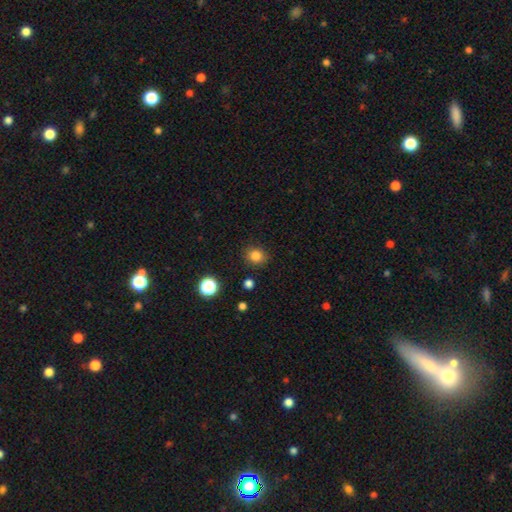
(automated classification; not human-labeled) smooth_or_featured: smooth (p=0.83) [alt: star or artifact p=0.13]
how_rounded: round (p=0.78) [alt: in between p=0.21]
merging: none (p=0.87) [alt: minor disturbance p=0.09]